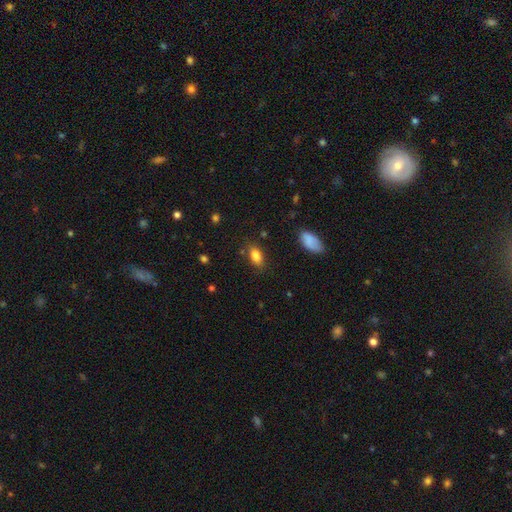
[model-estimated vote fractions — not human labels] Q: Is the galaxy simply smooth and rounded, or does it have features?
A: smooth — 84%.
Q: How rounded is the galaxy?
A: in between — 88%.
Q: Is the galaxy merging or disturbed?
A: none — 80%.